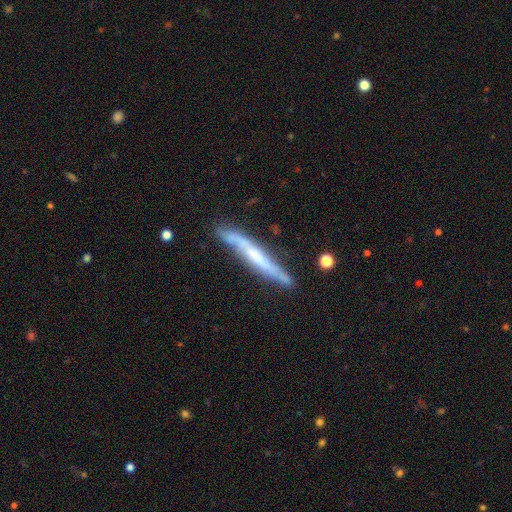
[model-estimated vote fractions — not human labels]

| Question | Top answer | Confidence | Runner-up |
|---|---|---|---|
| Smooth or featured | featured or disk | 64% | smooth (29%) |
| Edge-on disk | yes | 84% | no (16%) |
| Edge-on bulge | none | 61% | rounded (24%) |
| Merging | none | 74% | minor disturbance (19%) |